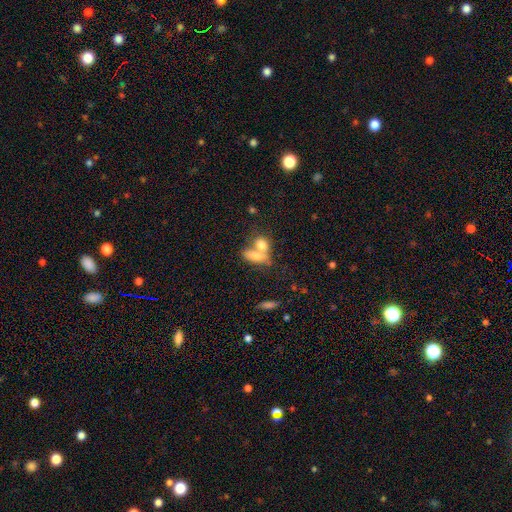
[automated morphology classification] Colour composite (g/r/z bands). It shows a smooth galaxy with no disk features (76%) that is in between round and cigar-shaped (71%). Merging: merger (57%).